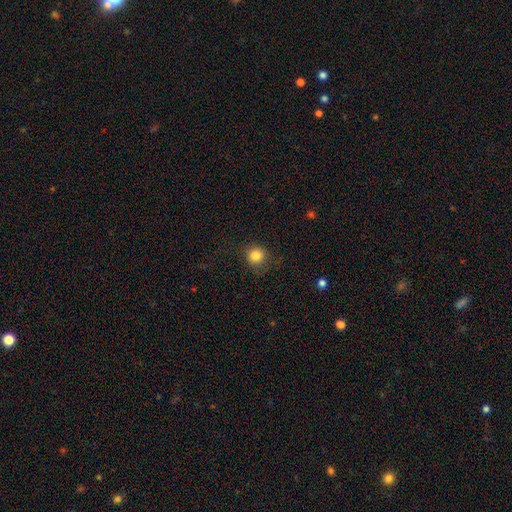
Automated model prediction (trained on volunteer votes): Smooth or featured: smooth — 84% (star or artifact — 11%)
How rounded: round — 90% (in between — 9%)
Merging: none — 81% (minor disturbance — 13%)